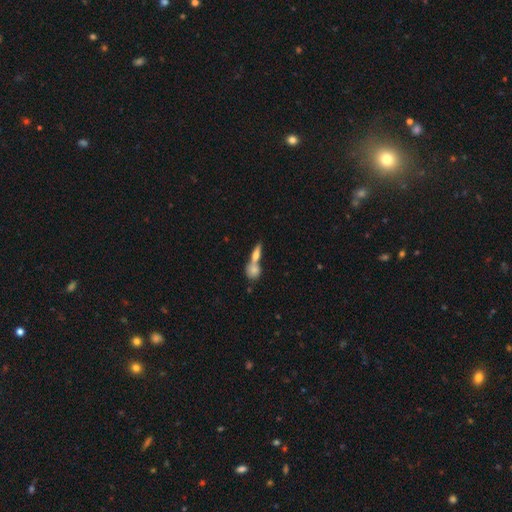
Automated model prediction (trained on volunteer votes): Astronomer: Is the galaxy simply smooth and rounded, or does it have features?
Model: smooth — 62%.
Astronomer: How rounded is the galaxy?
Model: cigar-shaped — 47% (runner-up: in between, 40%).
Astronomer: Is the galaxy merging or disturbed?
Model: merger — 50% (runner-up: none, 39%).